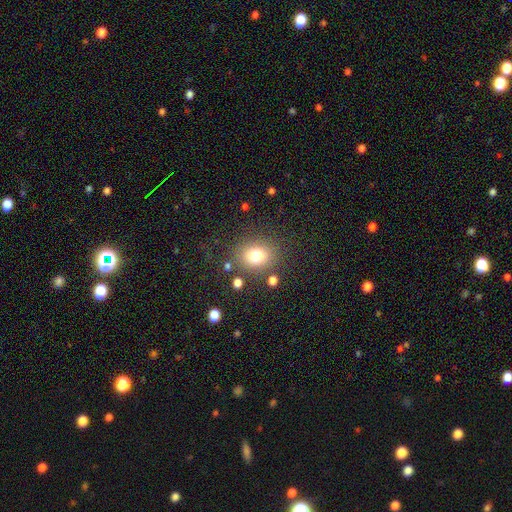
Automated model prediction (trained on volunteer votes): Smooth or featured? smooth (76%)
How rounded? round (63%)
Merging? none (79%)